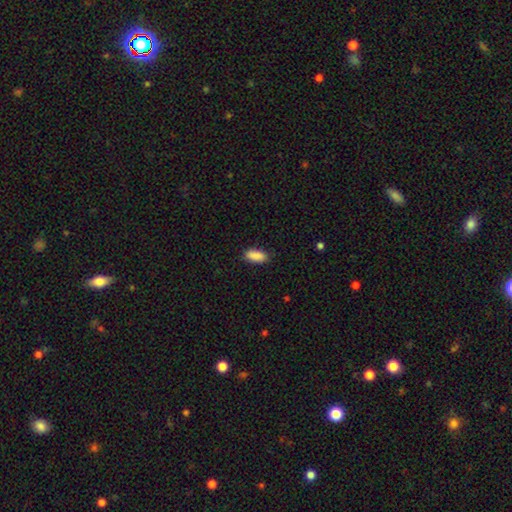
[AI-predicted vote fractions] Overall: smooth (90%). How rounded: in between (85%). Merging: none (85%).